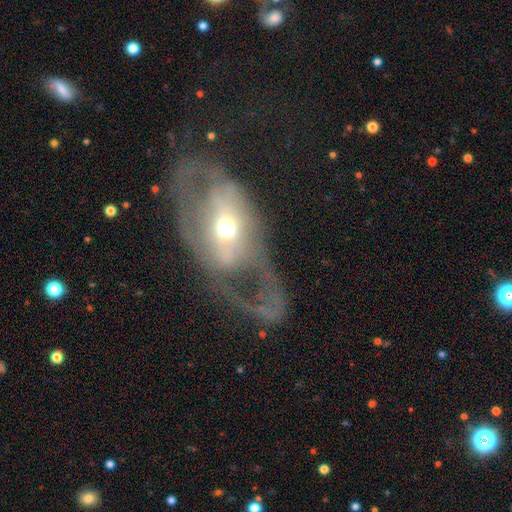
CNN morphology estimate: This is likely a featured or disk galaxy (75%). It is clearly not viewed edge-on (92%). Bar: marginally no (42%). Spiral arm pattern: likely yes (65%). Central bulge: possibly moderate (54%). Merging: marginally none (40%).